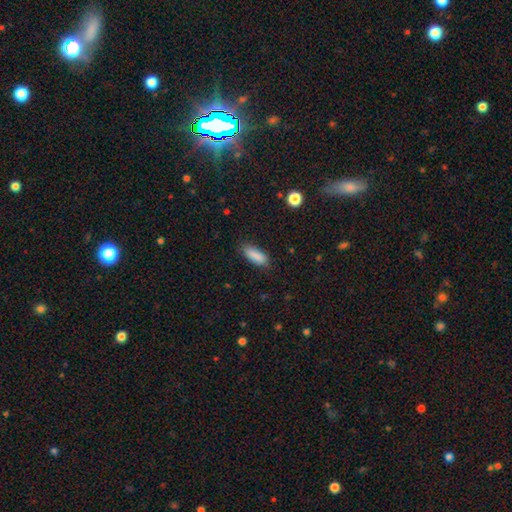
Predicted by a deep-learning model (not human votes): Overall: smooth (88%). How rounded: in between (69%; cigar-shaped 29%). Merging: none (83%).